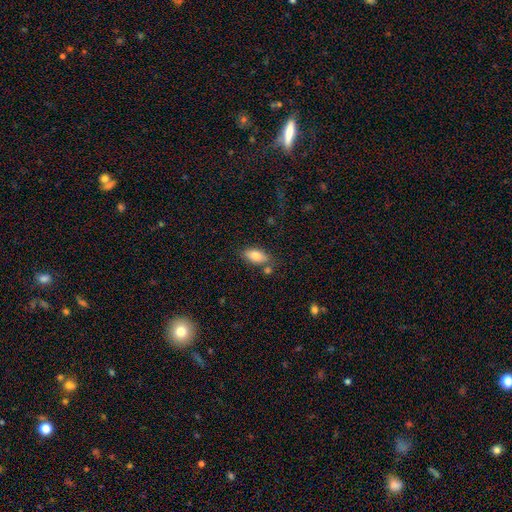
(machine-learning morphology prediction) smooth 81%, featured or disk 11%, star or artifact 7%. Down the decision tree: how rounded — in between (90%); merging — none (74%).